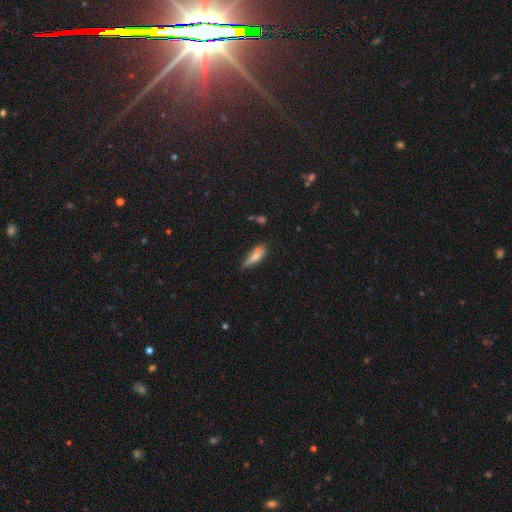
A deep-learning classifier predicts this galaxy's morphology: Smooth or featured: smooth — 69% (featured or disk — 23%)
How rounded: in between — 49% (tied with cigar-shaped — 49%)
Merging: none — 53% (minor disturbance — 33%)